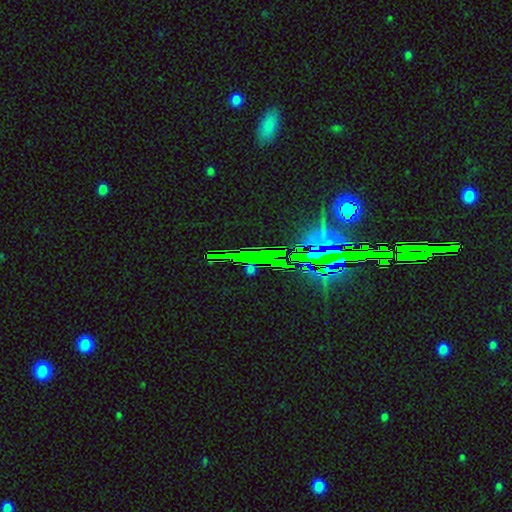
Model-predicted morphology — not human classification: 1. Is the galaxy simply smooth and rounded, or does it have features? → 75% star or artifact, 13% featured or disk, 12% smooth.